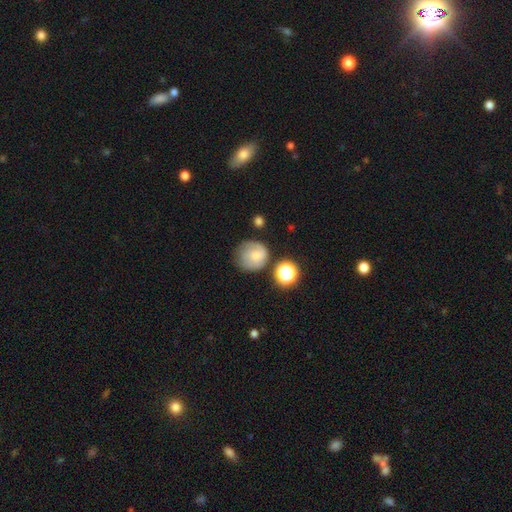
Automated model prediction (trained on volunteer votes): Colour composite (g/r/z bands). It shows a smooth galaxy with no disk features (66%) that is round (87%). Merging: none (60%).